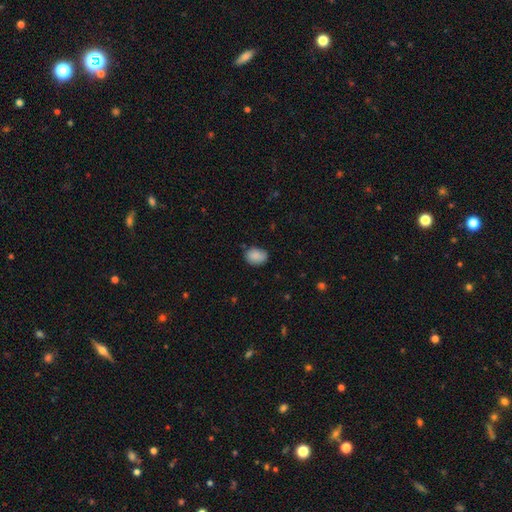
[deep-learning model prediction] Smooth or featured: smooth — 87% (star or artifact — 7%)
How rounded: in between — 64% (round — 35%)
Merging: none — 72% (minor disturbance — 22%)